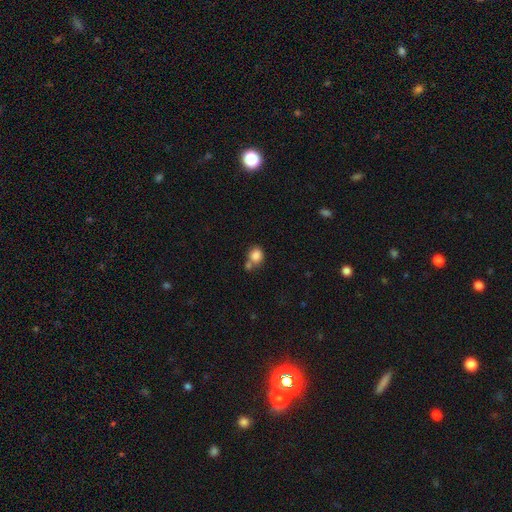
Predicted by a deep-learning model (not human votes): Morphology: type=smooth (84%); roundness=round (70%); merging=none (48%).